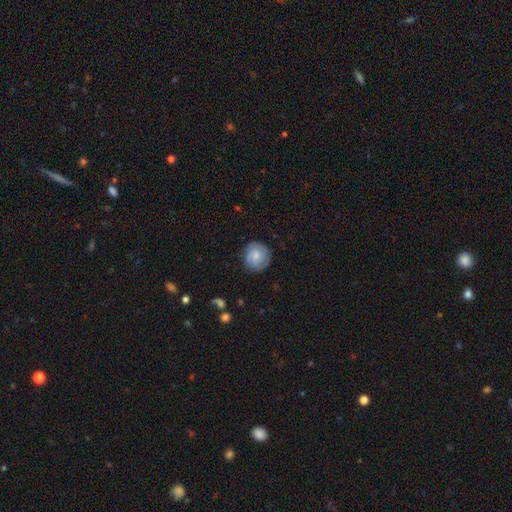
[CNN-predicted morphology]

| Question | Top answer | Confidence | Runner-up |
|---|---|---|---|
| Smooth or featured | smooth | 52% | featured or disk (40%) |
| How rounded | round | 89% | in between (10%) |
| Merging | none | 83% | minor disturbance (13%) |